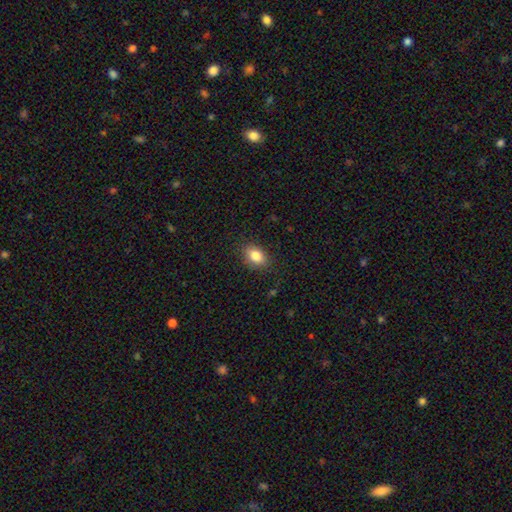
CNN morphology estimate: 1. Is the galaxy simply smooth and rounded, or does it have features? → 84% smooth, 9% star or artifact, 7% featured or disk.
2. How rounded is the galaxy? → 77% in between, 22% round, 1% cigar-shaped.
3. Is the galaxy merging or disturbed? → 86% none, 11% minor disturbance, 3% major disturbance, 1% merger.